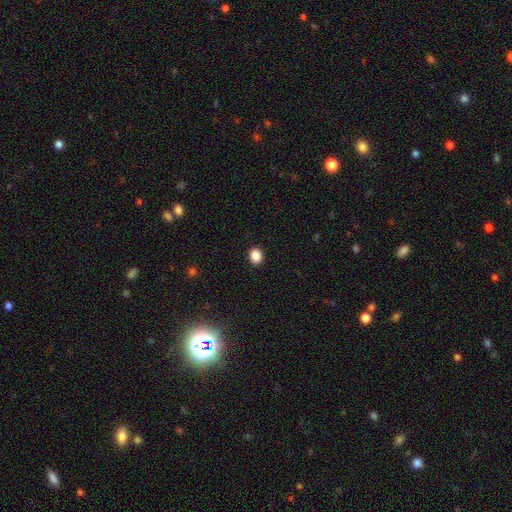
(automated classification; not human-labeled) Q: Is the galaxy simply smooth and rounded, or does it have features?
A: smooth — 88%.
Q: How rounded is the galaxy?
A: round — 64%.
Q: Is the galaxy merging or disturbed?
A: none — 92%.